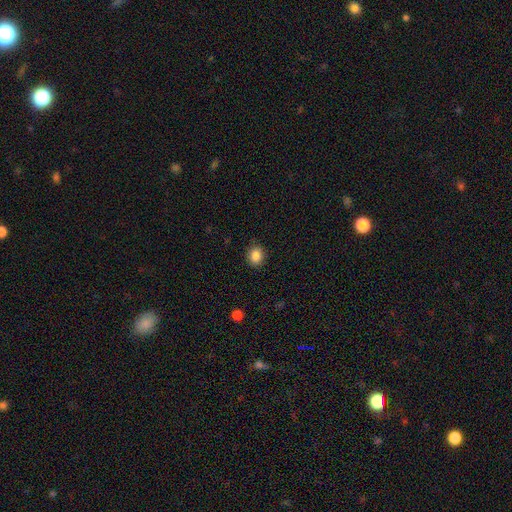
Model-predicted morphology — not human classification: Smooth or featured? Predicted: smooth (p=0.86). How rounded? Predicted: round (p=0.64). Merging? Predicted: none (p=0.88).